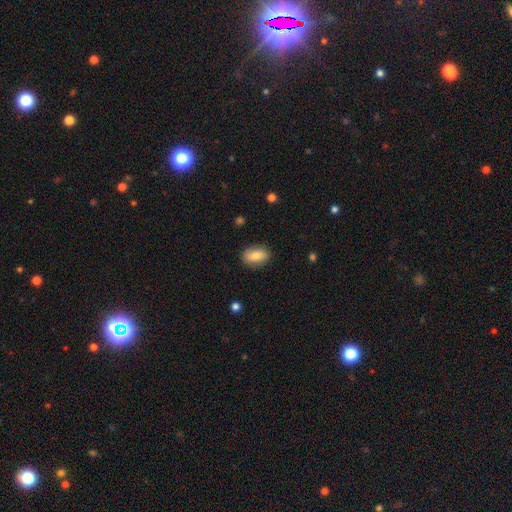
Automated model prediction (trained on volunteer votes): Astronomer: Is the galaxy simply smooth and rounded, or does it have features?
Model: smooth — 77%.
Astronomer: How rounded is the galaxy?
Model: in between — 88%.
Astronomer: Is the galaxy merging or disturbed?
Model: none — 84%.